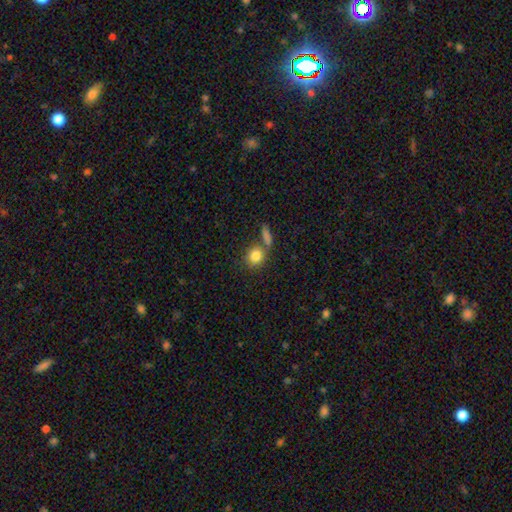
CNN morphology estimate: smooth 83%, star or artifact 9%, featured or disk 8%. Down the decision tree: how rounded — round (76%); merging — none (58%).